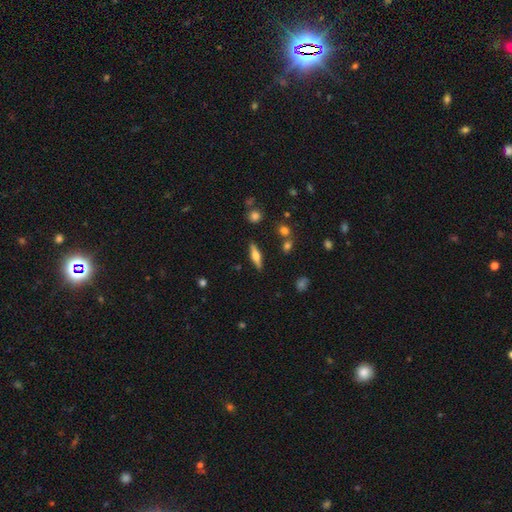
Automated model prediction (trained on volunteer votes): Smooth or featured?
  - featured or disk: 55% *
  - smooth: 38%
  - star or artifact: 7%
Edge-on disk?
  - yes: 94% *
  - no: 6%
Edge-on bulge?
  - rounded: 90% *
  - boxy: 7%
  - none: 3%
Merging?
  - none: 86% *
  - minor disturbance: 9%
  - merger: 3%
  - major disturbance: 2%